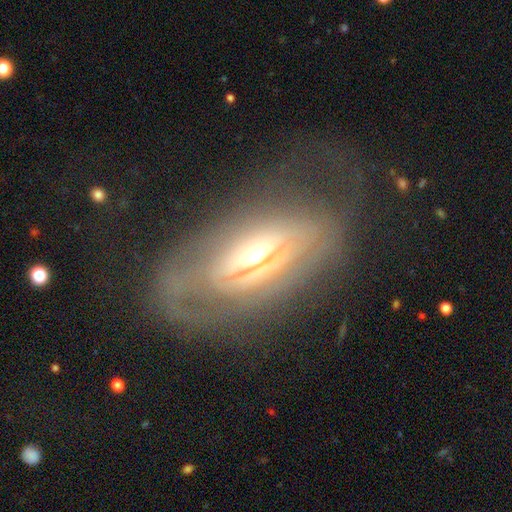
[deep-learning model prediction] This is likely a featured or disk galaxy (75%). It is likely not viewed edge-on (65%). Merging: marginally none (42%).